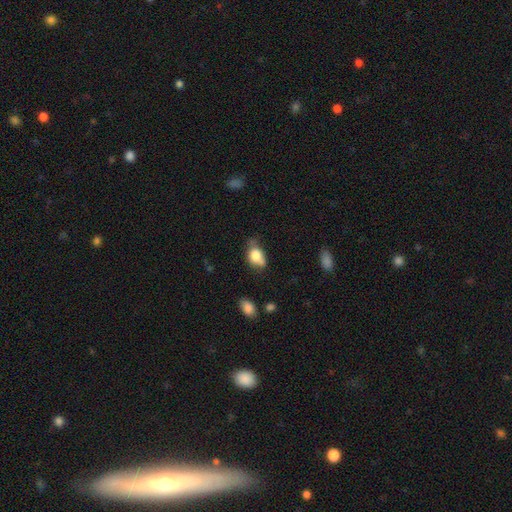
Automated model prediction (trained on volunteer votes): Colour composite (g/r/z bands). It shows a smooth galaxy with no disk features (77%) that is in between round and cigar-shaped (73%). Merging: none (39%).